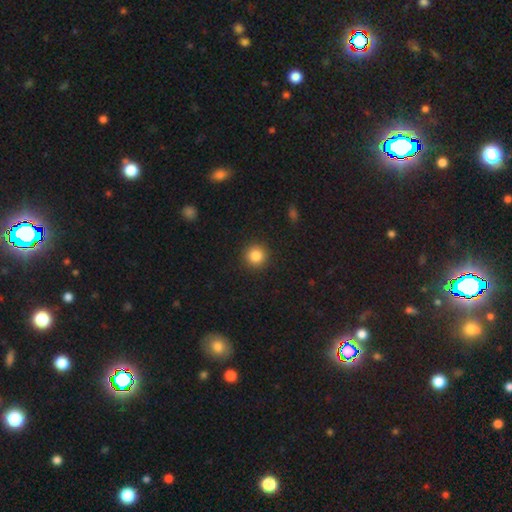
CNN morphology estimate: Smooth or featured? smooth (85%)
How rounded? round (95%)
Merging? none (92%)